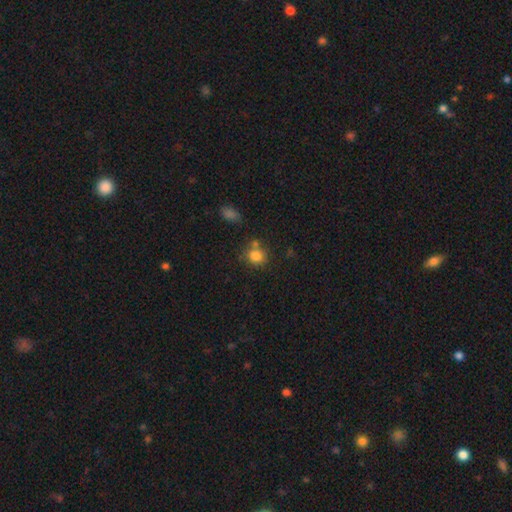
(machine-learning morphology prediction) smooth_or_featured: smooth (p=0.82) [alt: star or artifact p=0.11]
how_rounded: round (p=0.78) [alt: in between p=0.21]
merging: none (p=0.64) [alt: merger p=0.17]